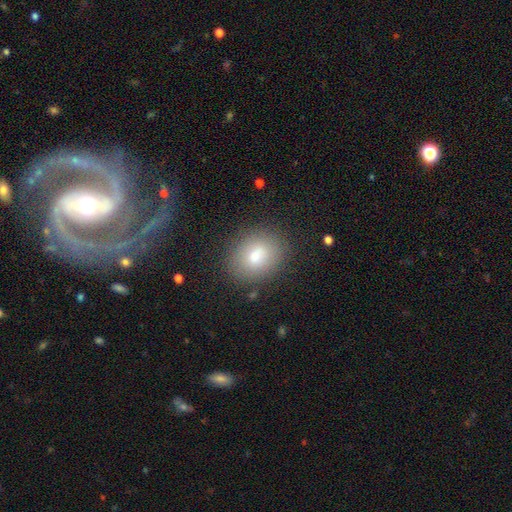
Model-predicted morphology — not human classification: Smooth or featured? Predicted: smooth (p=0.76). How rounded? Predicted: in between (p=0.54). Merging? Predicted: none (p=0.84).